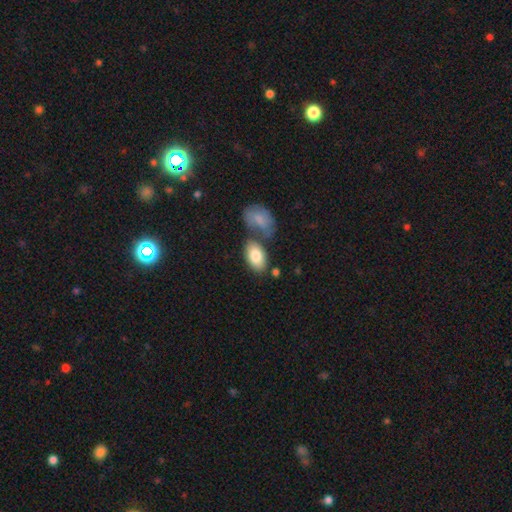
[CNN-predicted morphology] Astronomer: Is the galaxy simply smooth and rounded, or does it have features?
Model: smooth — 82%.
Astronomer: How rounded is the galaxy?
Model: in between — 94%.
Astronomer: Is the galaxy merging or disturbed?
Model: none — 56%.